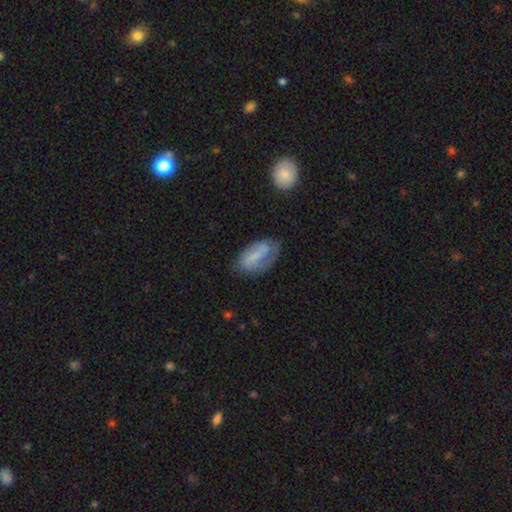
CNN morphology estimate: The model was most divided on "smooth or featured": smooth: 54%, featured or disk: 38%, star or artifact: 8%. More confident: how rounded — in between (91%); merging — none (56%).